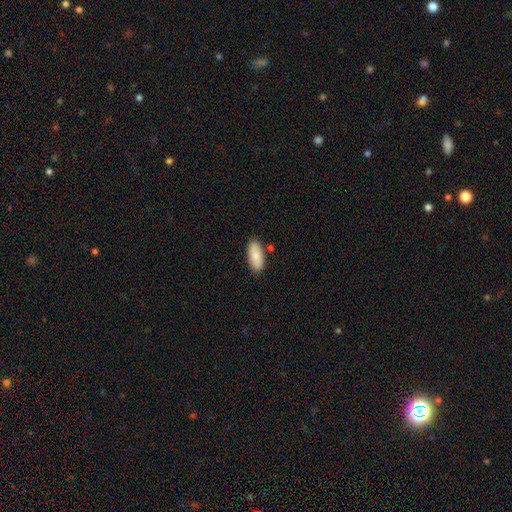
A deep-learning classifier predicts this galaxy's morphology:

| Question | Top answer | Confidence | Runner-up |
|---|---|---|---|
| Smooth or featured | smooth | 84% | featured or disk (11%) |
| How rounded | in between | 87% | cigar-shaped (11%) |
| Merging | none | 83% | minor disturbance (11%) |